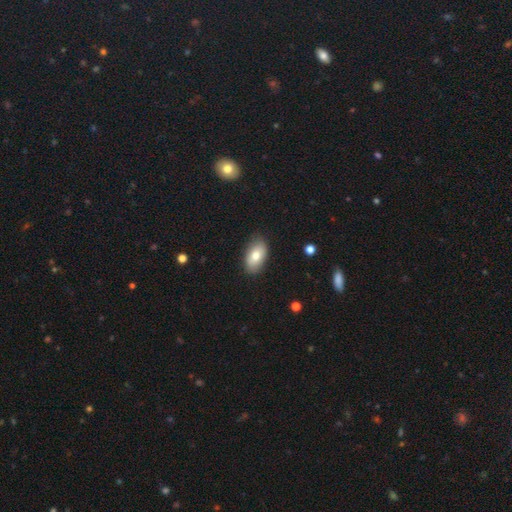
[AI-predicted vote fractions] Smooth or featured? smooth (75%)
How rounded? in between (93%)
Merging? none (84%)